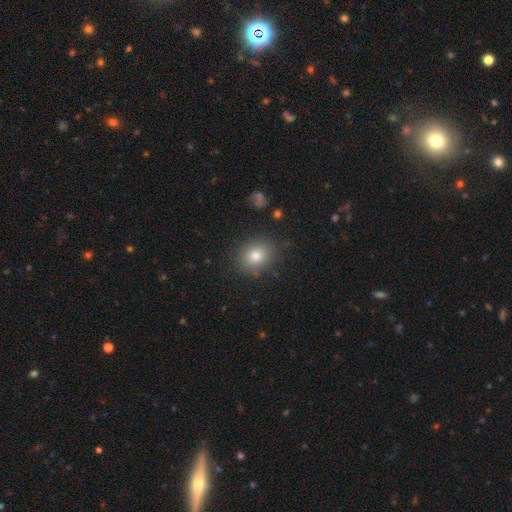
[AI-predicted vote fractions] Overall: smooth (80%). How rounded: round (57%; in between 42%). Merging: none (86%).